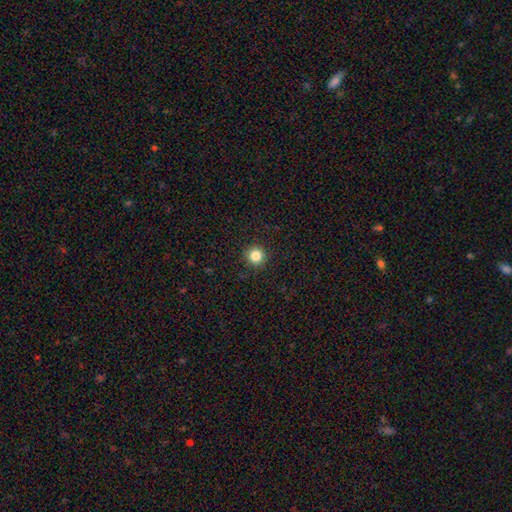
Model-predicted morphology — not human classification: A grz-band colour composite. It shows a smooth galaxy with no disk features (84%) that is round (95%). Merging: none (92%).